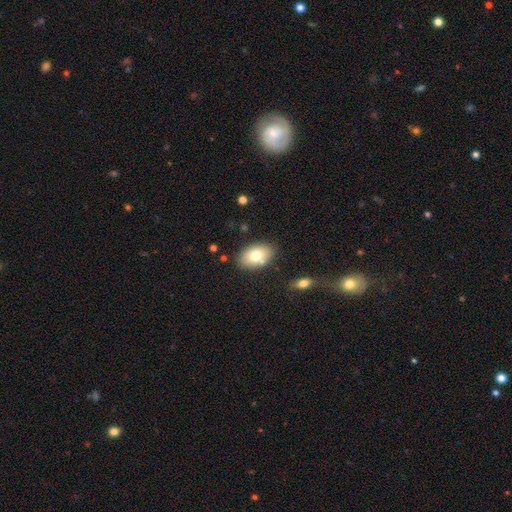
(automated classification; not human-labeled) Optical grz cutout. It shows a smooth galaxy with no disk features (75%) that is in between round and cigar-shaped (89%). Merging: none (81%).